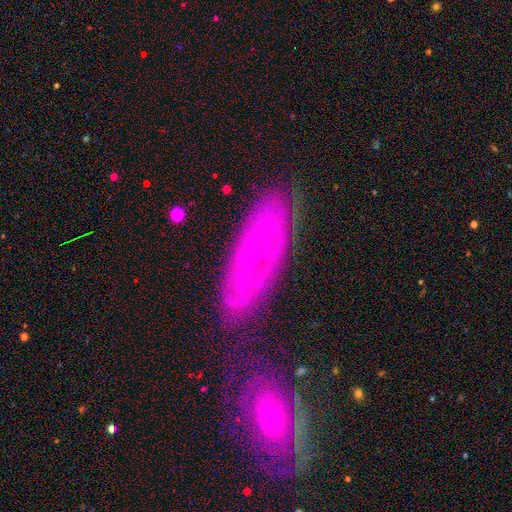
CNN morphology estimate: smooth-or-featured: featured or disk: 75% | smooth: 17% | star or artifact: 8%
  disk-edge-on: no: 86% | yes: 14%
    bar: no: 81% | weak: 15% | strong: 4%
    has-spiral-arms: yes: 79% | no: 21%
      spiral-winding: tight: 74% | medium: 20% | loose: 7%
      spiral-arm-count: can't tell: 55% | 2: 18% | 3: 9% | 4: 7% | more than 4: 6% | 1: 5%
    bulge-size: small: 83% | moderate: 13% | none: 2% | large: 1% | dominant: 1%
  merging: none: 74% | minor disturbance: 17% | major disturbance: 5% | merger: 3%